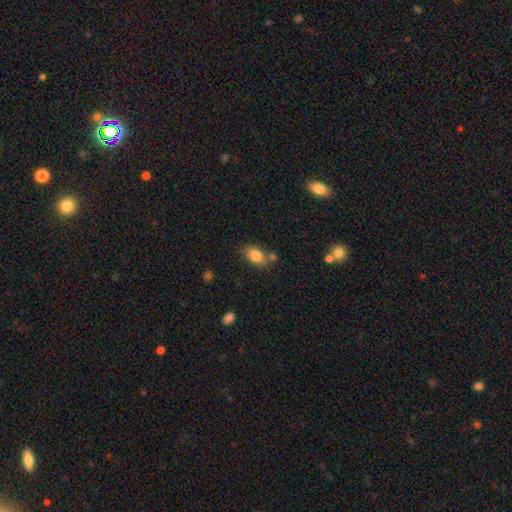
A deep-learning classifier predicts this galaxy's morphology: A smooth galaxy with no disk features (83%) that is in between round and cigar-shaped (85%). Merging: none (63%).